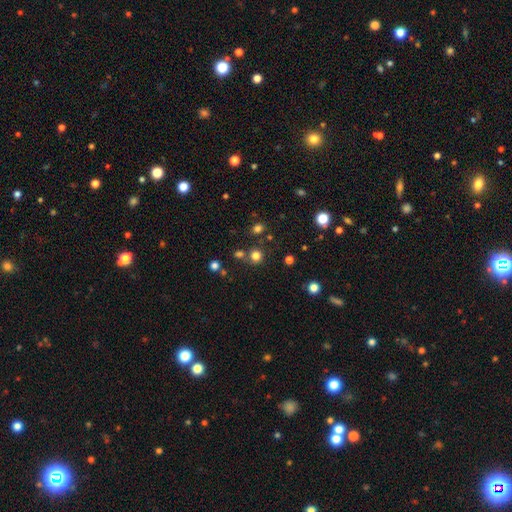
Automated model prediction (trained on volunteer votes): Q: Smooth or featured?
A: smooth (76%); runner-up: star or artifact (18%)
Q: How rounded?
A: round (91%); runner-up: in between (8%)
Q: Merging?
A: none (77%); runner-up: merger (12%)